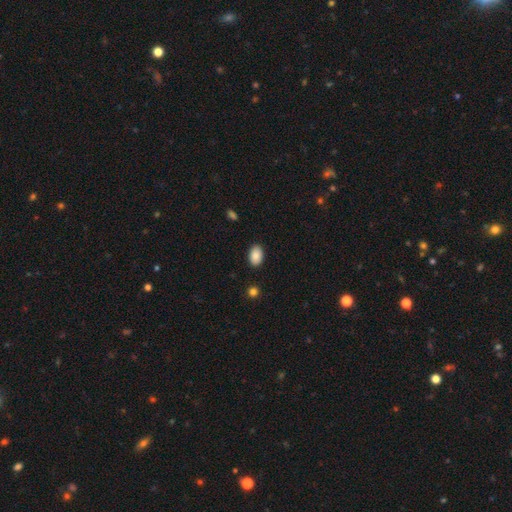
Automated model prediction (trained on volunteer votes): smooth 88%, star or artifact 7%, featured or disk 5%. Down the decision tree: how rounded — in between (90%); merging — none (88%).